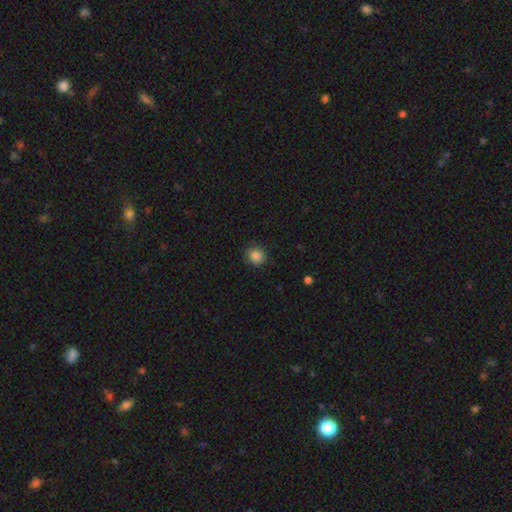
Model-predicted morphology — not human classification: Overall: smooth (85%). How rounded: round (86%). Merging: none (88%).